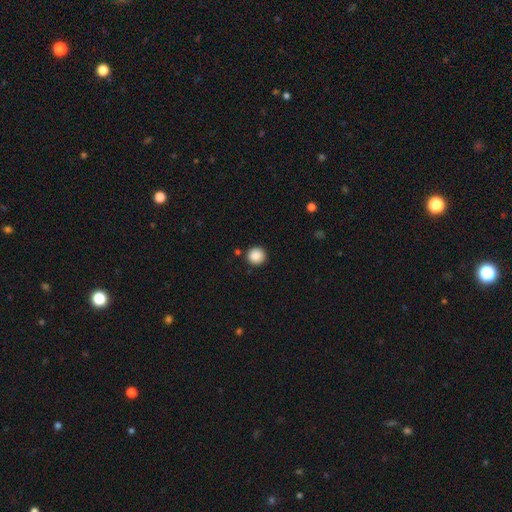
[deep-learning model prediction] smooth-or-featured: smooth: 88% | star or artifact: 9% | featured or disk: 3%
  how-rounded: round: 95% | in between: 4% | cigar-shaped: 1%
  merging: none: 90% | minor disturbance: 6% | merger: 2% | major disturbance: 2%